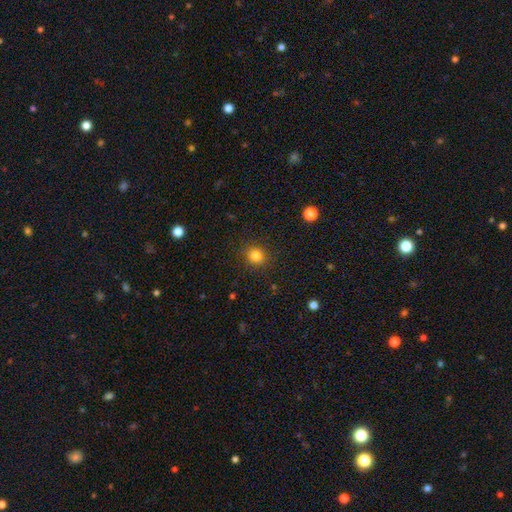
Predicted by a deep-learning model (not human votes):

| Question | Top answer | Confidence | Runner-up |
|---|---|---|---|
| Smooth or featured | smooth | 83% | star or artifact (12%) |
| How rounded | round | 81% | in between (18%) |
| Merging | none | 89% | minor disturbance (8%) |